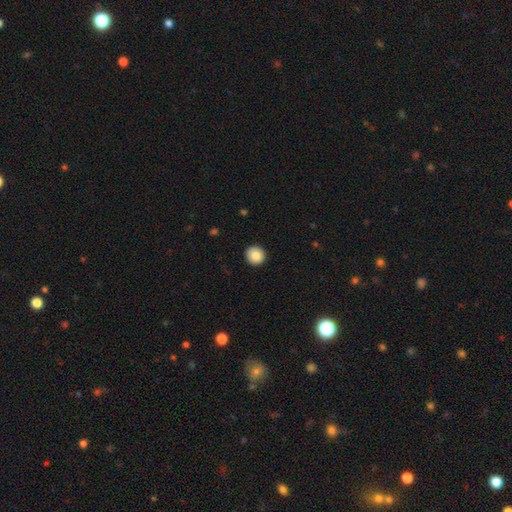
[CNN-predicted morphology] The model was most divided on "smooth or featured": smooth: 83%, featured or disk: 9%, star or artifact: 8%. More confident: how rounded — round (93%); merging — none (92%).